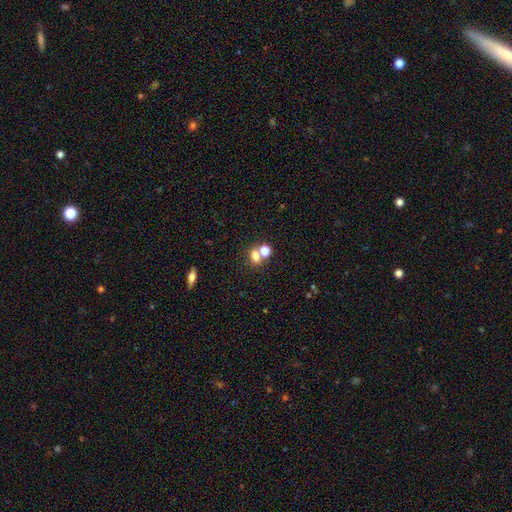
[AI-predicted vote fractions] smooth 70%, star or artifact 18%, featured or disk 12%. Down the decision tree: how rounded — in between (51%); merging — none (47%).